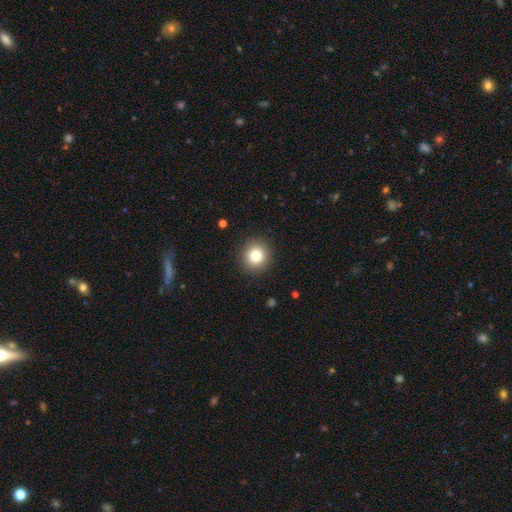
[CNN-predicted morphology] The model was most divided on "smooth or featured": smooth: 82%, star or artifact: 10%, featured or disk: 8%. More confident: merging — none (91%); how rounded — round (89%).